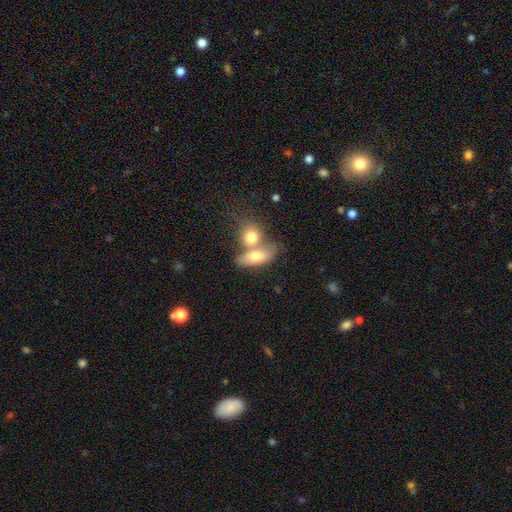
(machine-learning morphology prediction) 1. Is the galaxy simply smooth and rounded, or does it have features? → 71% smooth, 23% featured or disk, 6% star or artifact.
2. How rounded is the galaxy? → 76% in between, 13% round, 12% cigar-shaped.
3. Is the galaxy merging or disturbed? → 58% merger, 30% none, 8% minor disturbance, 4% major disturbance.